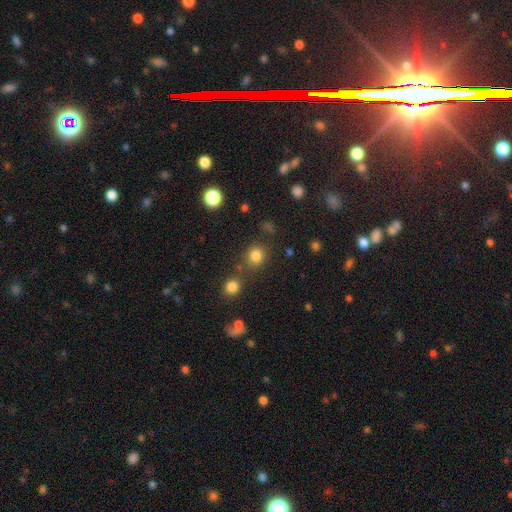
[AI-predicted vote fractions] This appears to be a smooth galaxy with no disk features (80%) that is round (80%). Merging: none (72%).